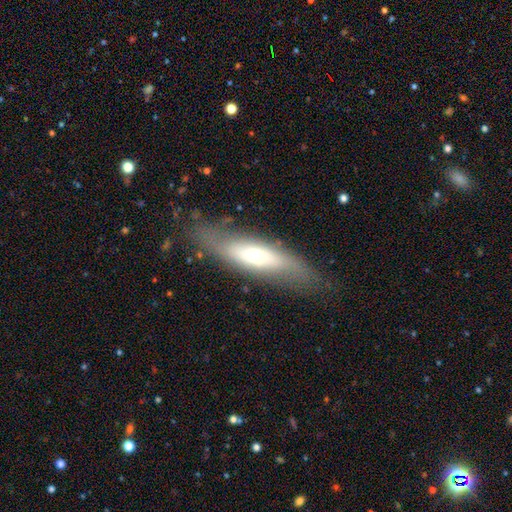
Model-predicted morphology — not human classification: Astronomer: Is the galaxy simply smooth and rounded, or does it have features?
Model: featured or disk — 47% (runner-up: smooth, 45%).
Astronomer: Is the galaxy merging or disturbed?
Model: none — 74%.